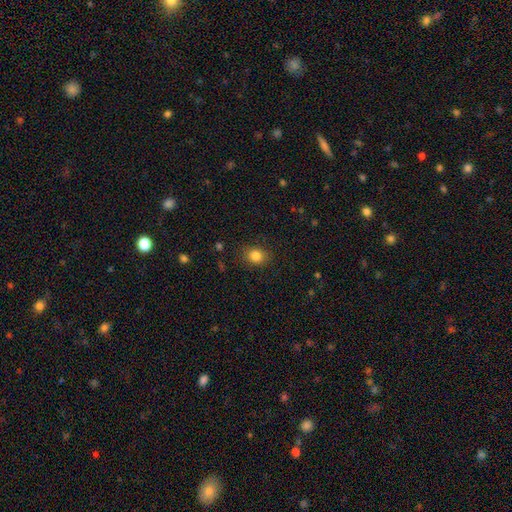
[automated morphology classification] A smooth galaxy with no disk features (84%) that is round (60%).

Vote fractions:
- Smooth or featured? smooth: 84% / star or artifact: 11% / featured or disk: 5%
- How rounded? round: 60% / in between: 39% / cigar-shaped: 1%
- Merging? none: 85% / minor disturbance: 10% / major disturbance: 3% / merger: 1%